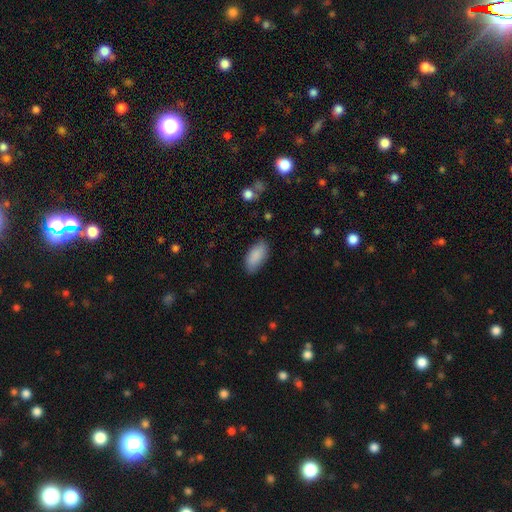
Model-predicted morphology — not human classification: smooth 89%, star or artifact 6%, featured or disk 5%. Down the decision tree: how rounded — in between (91%); merging — none (83%).